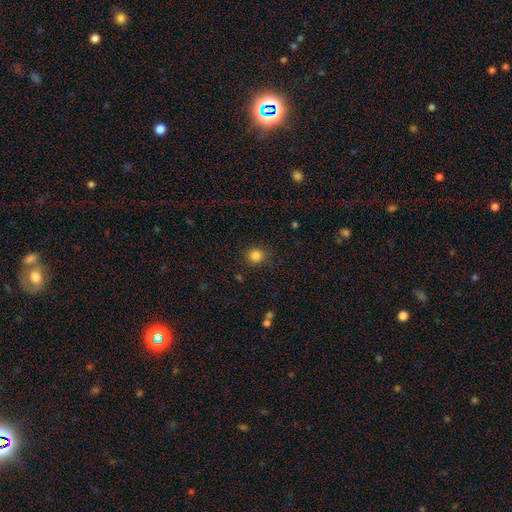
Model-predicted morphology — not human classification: Smooth or featured: smooth — 84% (star or artifact — 12%)
How rounded: round — 91% (in between — 8%)
Merging: none — 88% (minor disturbance — 8%)